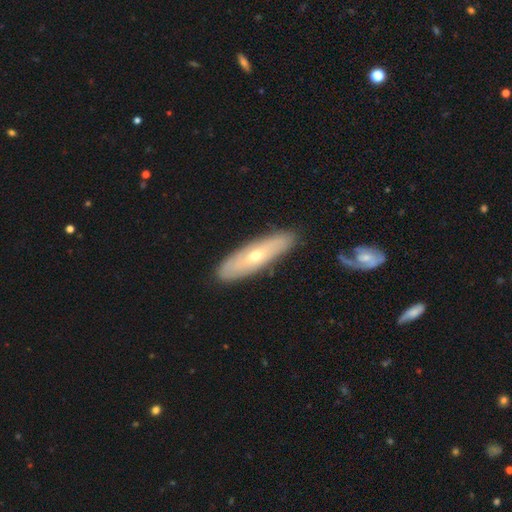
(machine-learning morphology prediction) featured or disk 53%, smooth 41%, star or artifact 6%. Down the decision tree: edge-on disk — no (59%); merging — none (86%).